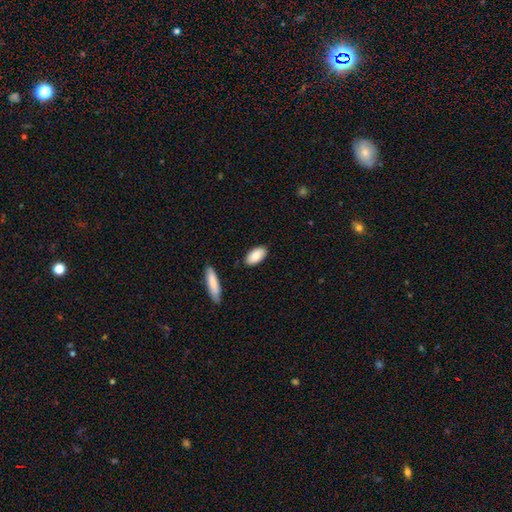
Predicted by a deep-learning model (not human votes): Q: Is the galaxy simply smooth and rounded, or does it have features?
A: smooth — 83%.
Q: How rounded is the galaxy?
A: in between — 92%.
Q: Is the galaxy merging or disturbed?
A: none — 85%.